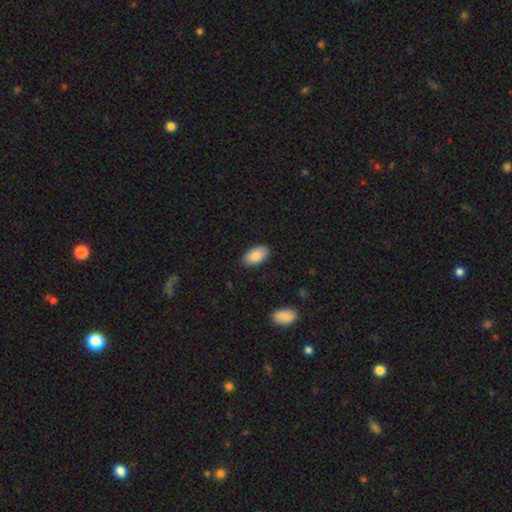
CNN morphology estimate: The model was most divided on "merging": none: 87%, minor disturbance: 10%, major disturbance: 2%, merger: 1%. More confident: how rounded — in between (95%); smooth or featured — smooth (87%).